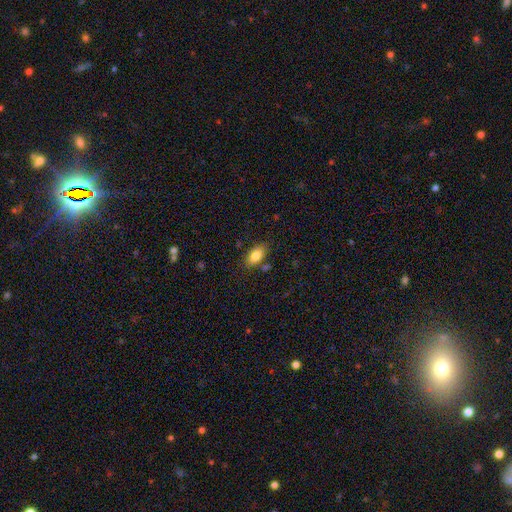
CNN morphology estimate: A smooth galaxy with no disk features (82%) that is in between round and cigar-shaped (90%).

Vote fractions:
- Smooth or featured? smooth: 82% / featured or disk: 10% / star or artifact: 8%
- How rounded? in between: 90% / round: 6% / cigar-shaped: 4%
- Merging? none: 80% / minor disturbance: 13% / merger: 4% / major disturbance: 3%